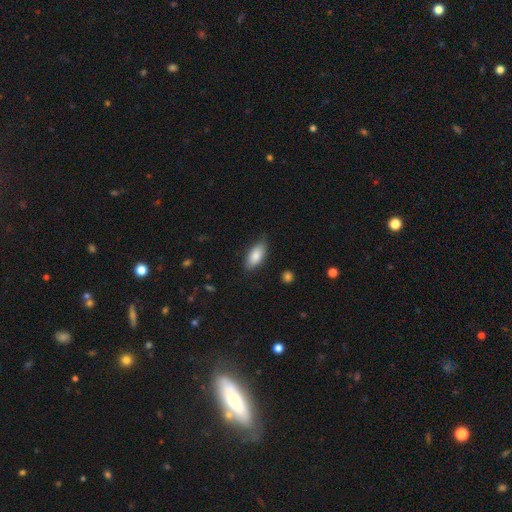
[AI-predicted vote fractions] Smooth or featured?
  - smooth: 84% *
  - featured or disk: 9%
  - star or artifact: 6%
How rounded?
  - in between: 89% *
  - cigar-shaped: 9%
  - round: 2%
Merging?
  - none: 78% *
  - minor disturbance: 17%
  - major disturbance: 3%
  - merger: 1%